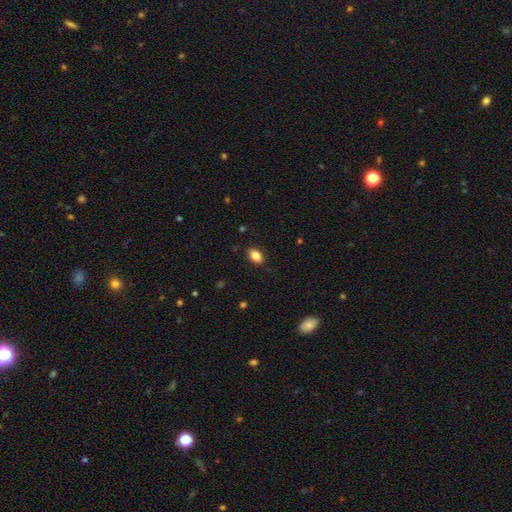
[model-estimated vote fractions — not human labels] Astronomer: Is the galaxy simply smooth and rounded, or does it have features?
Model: smooth — 85%.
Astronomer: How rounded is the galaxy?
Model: in between — 88%.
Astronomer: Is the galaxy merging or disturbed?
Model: none — 85%.